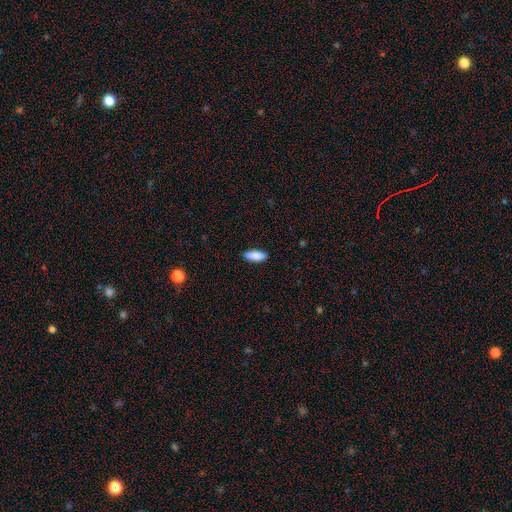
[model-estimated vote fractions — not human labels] This is clearly a smooth galaxy (87%). How rounded: likely in between (76%). Merging: clearly none (86%).